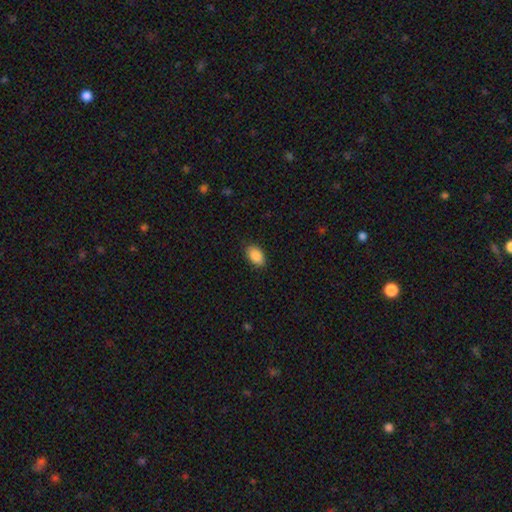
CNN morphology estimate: The model was most divided on "merging": none: 87%, minor disturbance: 10%, major disturbance: 2%, merger: 1%. More confident: how rounded — in between (92%); smooth or featured — smooth (89%).